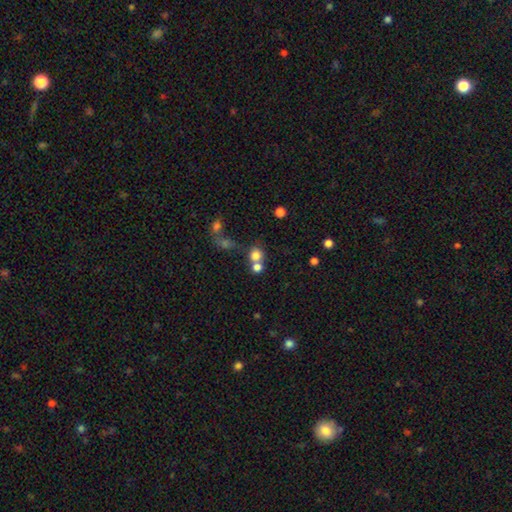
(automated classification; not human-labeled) Smooth or featured? Predicted: smooth (p=0.75). How rounded? Predicted: round (p=0.83). Merging? Predicted: merger (p=0.46).